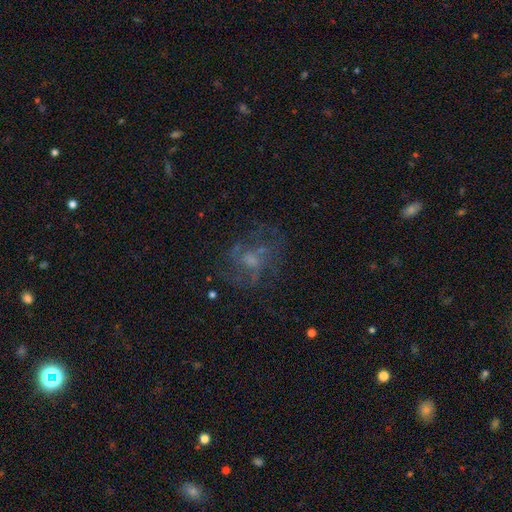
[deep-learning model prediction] Smooth or featured: featured or disk — 51% (star or artifact — 26%)
Edge-on disk: no — 96% (yes — 4%)
Merging: none — 64% (major disturbance — 18%)